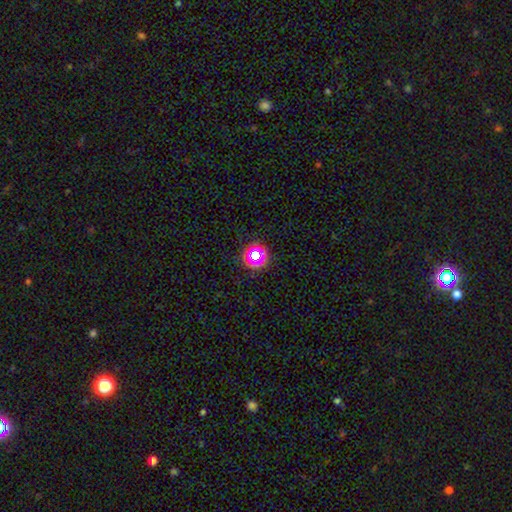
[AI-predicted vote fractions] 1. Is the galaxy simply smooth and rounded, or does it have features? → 48% star or artifact, 40% smooth, 12% featured or disk.